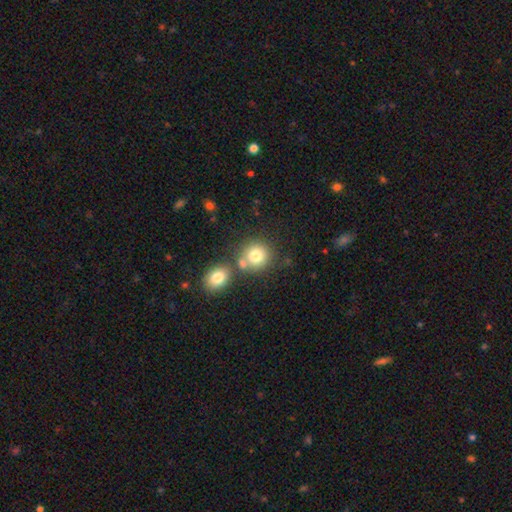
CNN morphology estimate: smooth 78%, featured or disk 12%, star or artifact 11%. Down the decision tree: how rounded — round (85%); merging — none (53%).